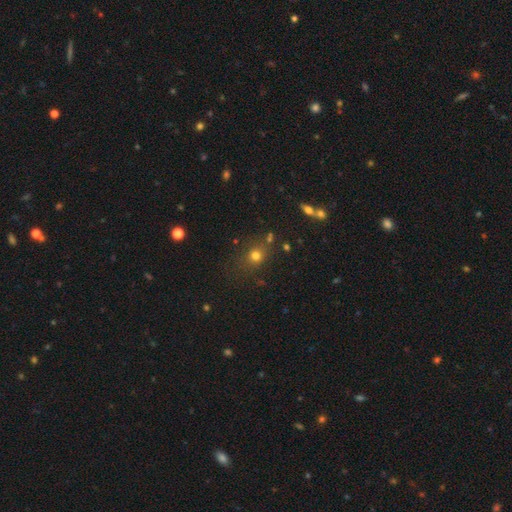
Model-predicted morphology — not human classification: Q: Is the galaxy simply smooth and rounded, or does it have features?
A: smooth — 72%.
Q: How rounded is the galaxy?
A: round — 78%.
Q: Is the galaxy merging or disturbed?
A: none — 76%.